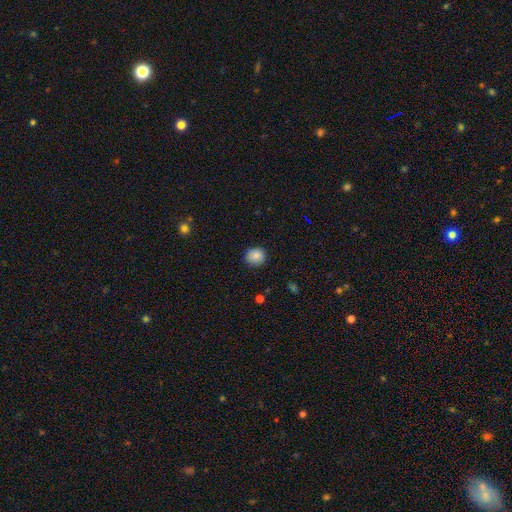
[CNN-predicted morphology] This is clearly a smooth galaxy (84%). How rounded: clearly round (86%). Merging: clearly none (85%).